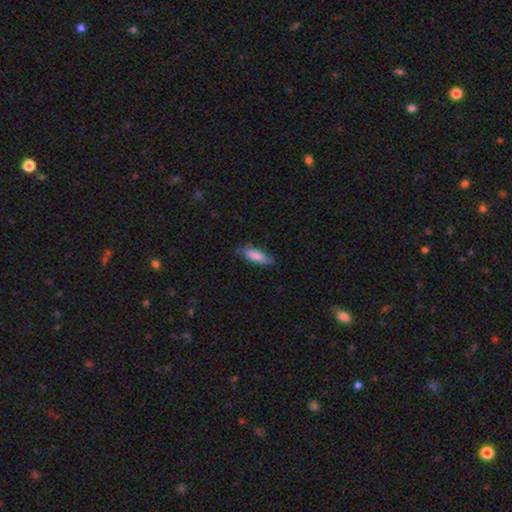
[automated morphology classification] smooth 82%, featured or disk 12%, star or artifact 6%. Down the decision tree: how rounded — in between (59%); merging — none (67%).